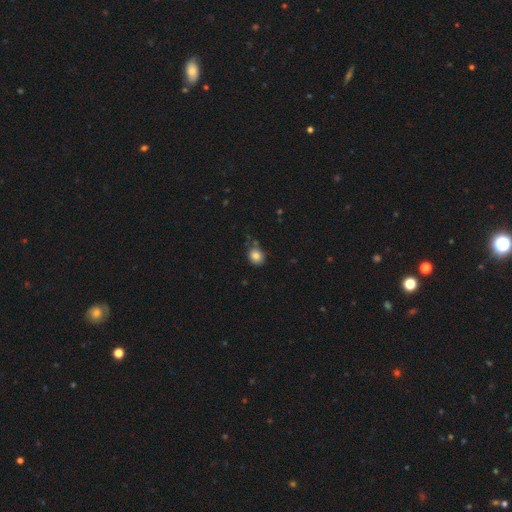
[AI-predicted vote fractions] Smooth or featured: smooth — 82% (star or artifact — 10%)
How rounded: round — 69% (in between — 30%)
Merging: none — 70% (minor disturbance — 19%)